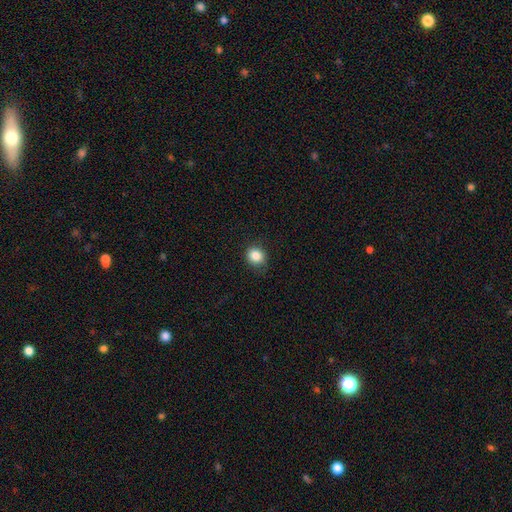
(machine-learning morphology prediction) Smooth or featured?
  - smooth: 85% *
  - star or artifact: 10%
  - featured or disk: 5%
How rounded?
  - round: 82% *
  - in between: 17%
  - cigar-shaped: 1%
Merging?
  - none: 80% *
  - minor disturbance: 15%
  - major disturbance: 4%
  - merger: 1%